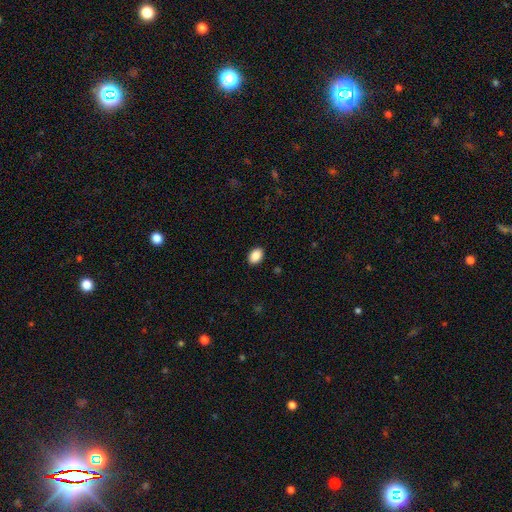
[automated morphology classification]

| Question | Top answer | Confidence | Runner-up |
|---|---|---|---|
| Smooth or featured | smooth | 89% | star or artifact (8%) |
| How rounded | in between | 79% | round (20%) |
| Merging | none | 90% | minor disturbance (7%) |